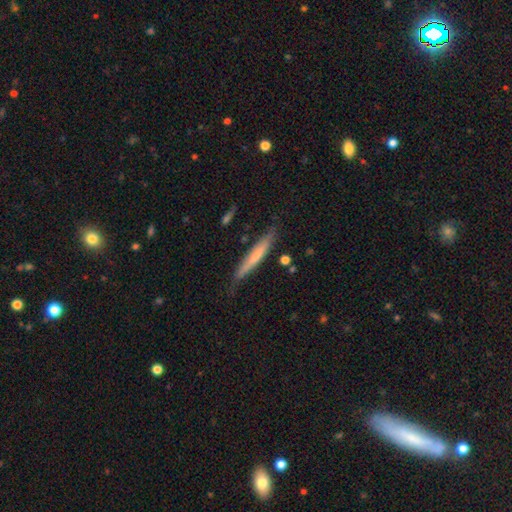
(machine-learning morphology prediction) Smooth or featured: smooth — 60% (featured or disk — 35%)
How rounded: cigar-shaped — 94% (in between — 4%)
Merging: none — 76% (minor disturbance — 18%)